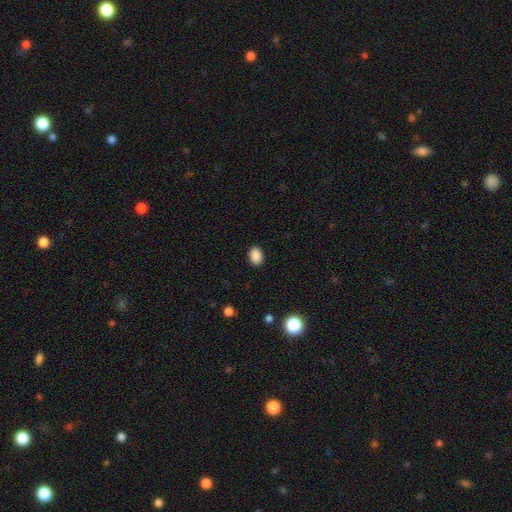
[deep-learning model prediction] Morphology: type=smooth (89%); roundness=in between (77%); merging=none (89%).